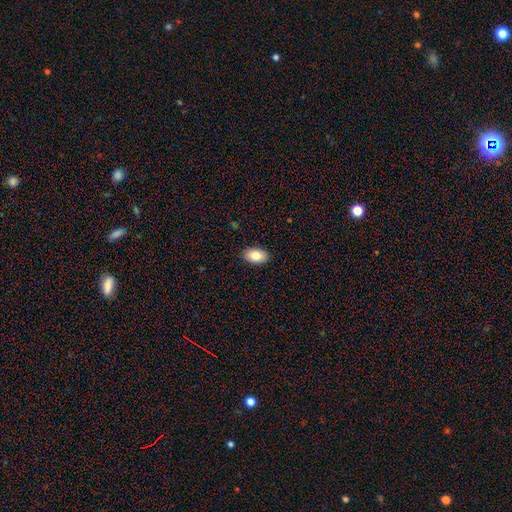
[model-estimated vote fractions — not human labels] Smooth or featured?
  - smooth: 84% *
  - featured or disk: 9%
  - star or artifact: 7%
How rounded?
  - in between: 91% *
  - round: 8%
  - cigar-shaped: 1%
Merging?
  - none: 89% *
  - minor disturbance: 8%
  - major disturbance: 2%
  - merger: 1%